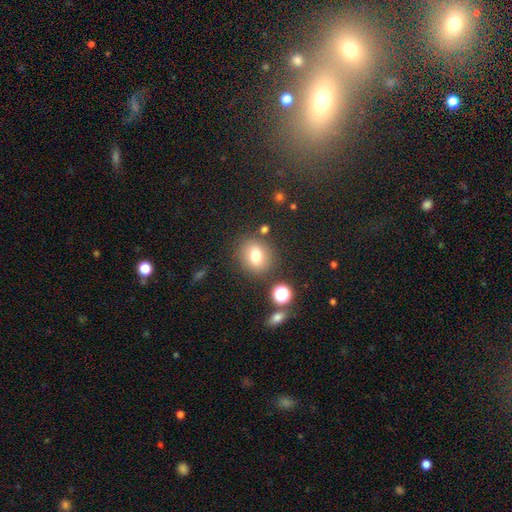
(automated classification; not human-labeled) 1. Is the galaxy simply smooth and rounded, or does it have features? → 75% smooth, 13% star or artifact, 11% featured or disk.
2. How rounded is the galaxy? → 68% round, 31% in between, 1% cigar-shaped.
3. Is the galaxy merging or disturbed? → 80% none, 10% minor disturbance, 6% merger, 4% major disturbance.